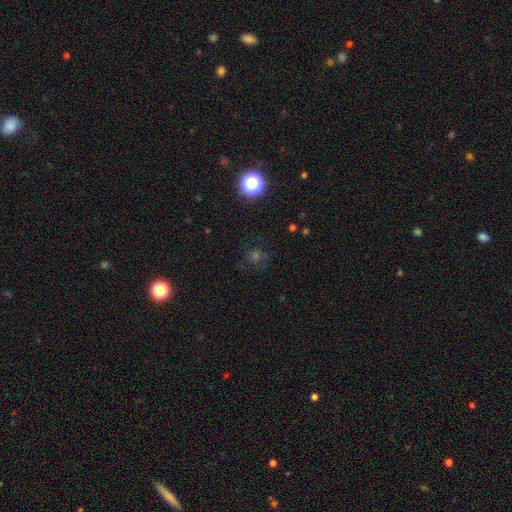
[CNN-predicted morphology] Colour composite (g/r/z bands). It shows a star or artifact, not a galaxy (46%).